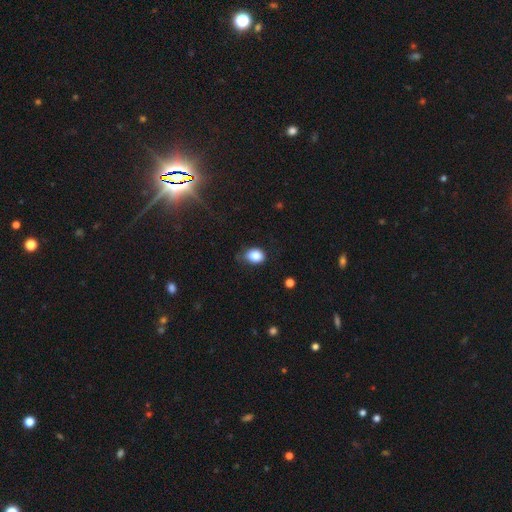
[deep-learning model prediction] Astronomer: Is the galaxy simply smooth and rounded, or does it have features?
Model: smooth — 84%.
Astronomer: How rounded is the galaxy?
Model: in between — 62%.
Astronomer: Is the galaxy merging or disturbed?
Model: none — 69%.